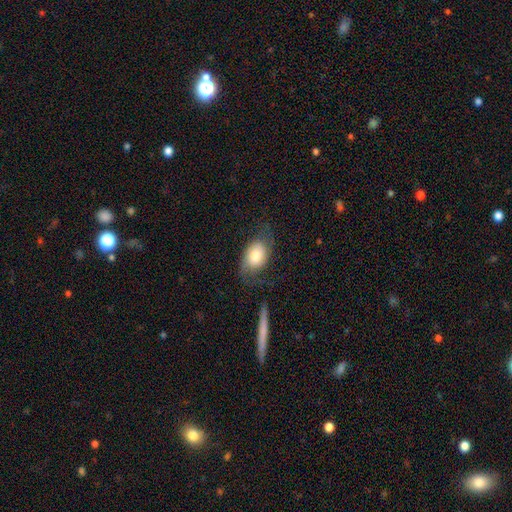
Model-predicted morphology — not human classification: Smooth or featured? smooth (49%)
Merging? none (55%)